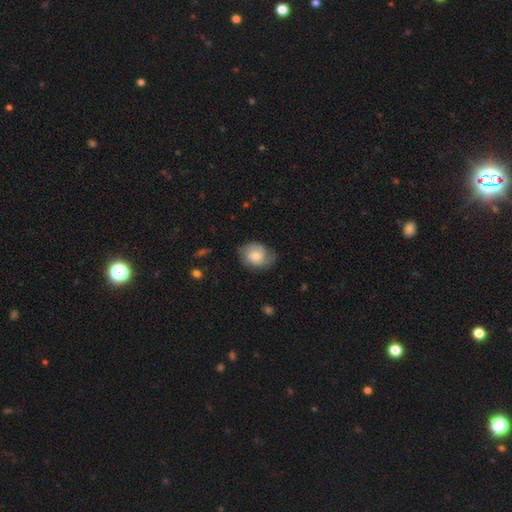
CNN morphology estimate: A smooth galaxy with no disk features (56%) that is in between round and cigar-shaped (54%). Merging: none (63%).